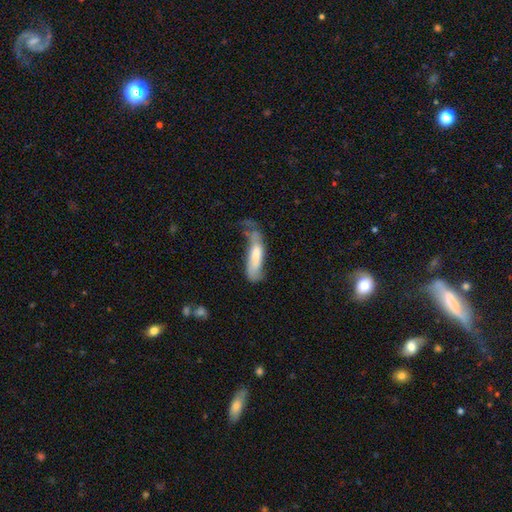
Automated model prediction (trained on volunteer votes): The model was most divided on "merging": major disturbance: 38%, minor disturbance: 30%, none: 26%, merger: 6%. More confident: smooth or featured — smooth (66%); how rounded — cigar-shaped (62%).